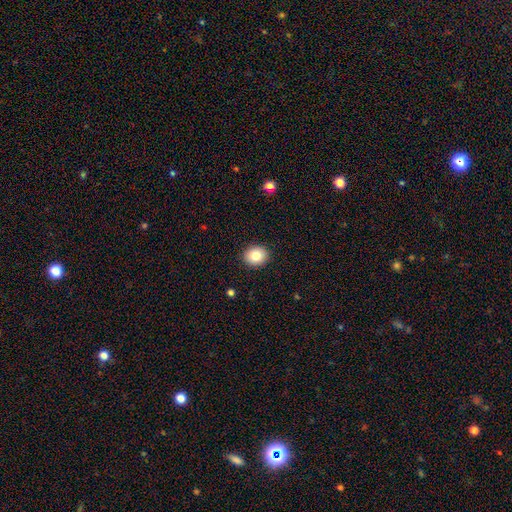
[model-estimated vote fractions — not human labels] Smooth or featured? Predicted: smooth (p=0.83). How rounded? Predicted: round (p=0.70). Merging? Predicted: none (p=0.91).